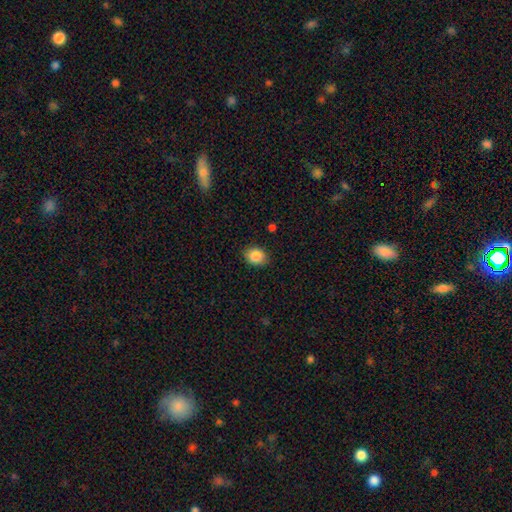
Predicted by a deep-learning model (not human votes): Smooth or featured? smooth (87%)
How rounded? round (51%)
Merging? none (87%)